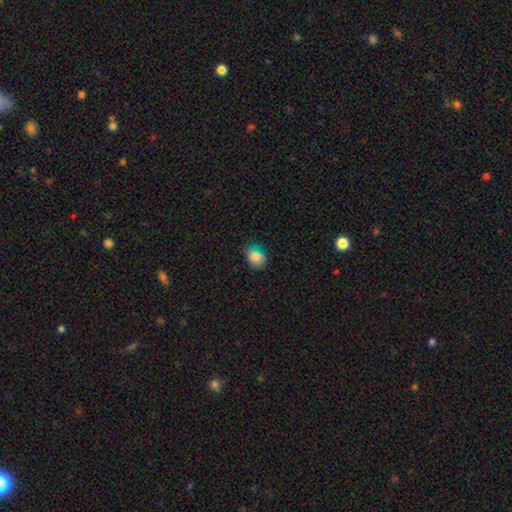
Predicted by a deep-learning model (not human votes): Overall: smooth (79%). How rounded: in between (51%; round 48%). Merging: none (69%).